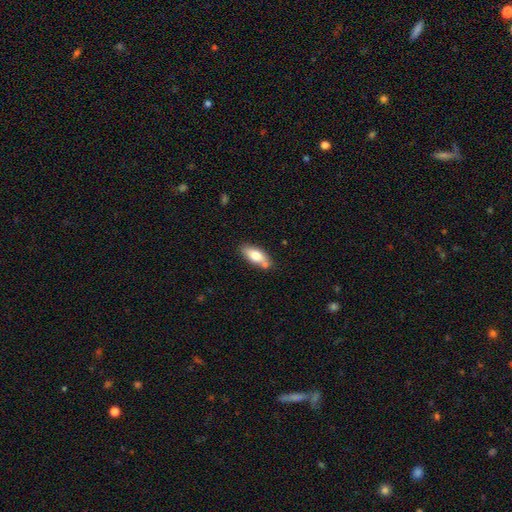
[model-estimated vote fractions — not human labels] Smooth or featured?
  - smooth: 75% *
  - featured or disk: 19%
  - star or artifact: 7%
How rounded?
  - in between: 82% *
  - cigar-shaped: 16%
  - round: 3%
Merging?
  - none: 70% *
  - minor disturbance: 15%
  - merger: 12%
  - major disturbance: 3%